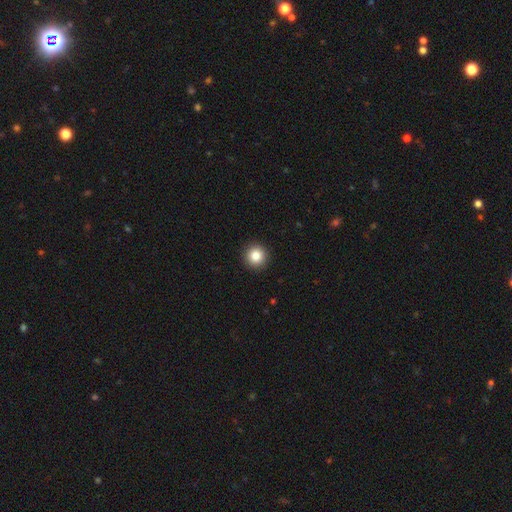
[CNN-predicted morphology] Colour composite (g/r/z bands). It shows a smooth galaxy with no disk features (85%) that is round (96%). Merging: none (93%).